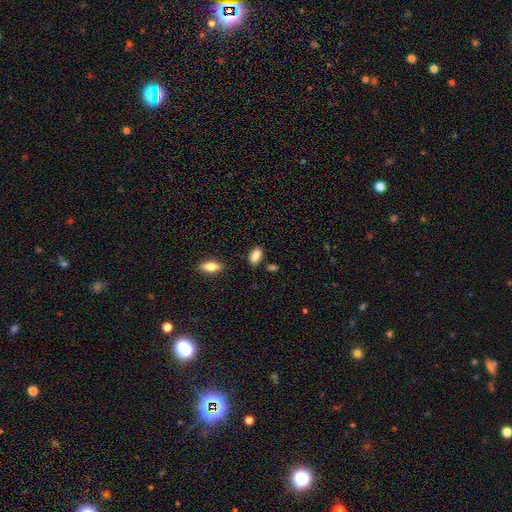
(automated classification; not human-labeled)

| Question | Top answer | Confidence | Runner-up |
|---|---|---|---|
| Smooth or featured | smooth | 86% | star or artifact (8%) |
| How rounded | in between | 91% | round (6%) |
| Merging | none | 82% | minor disturbance (12%) |